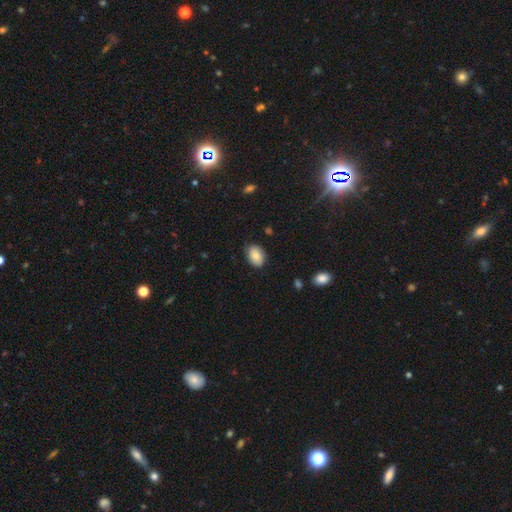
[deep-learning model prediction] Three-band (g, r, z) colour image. It shows a smooth galaxy with no disk features (83%) that is in between round and cigar-shaped (84%). Merging: none (80%).